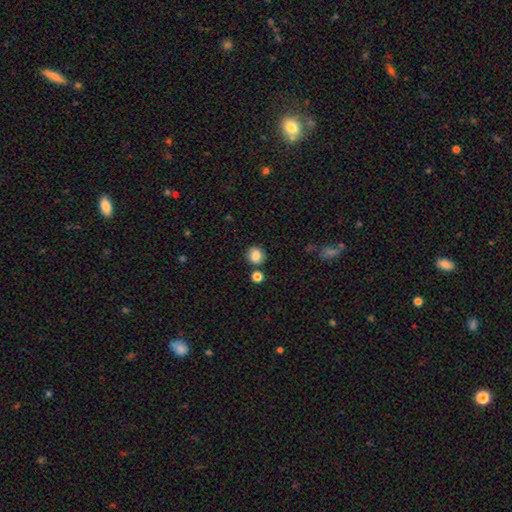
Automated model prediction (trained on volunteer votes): smooth_or_featured: smooth (p=0.84) [alt: star or artifact p=0.10]
how_rounded: round (p=0.81) [alt: in between p=0.18]
merging: none (p=0.78) [alt: minor disturbance p=0.11]